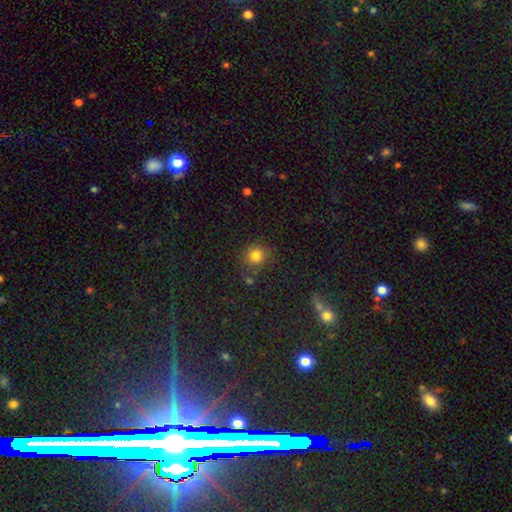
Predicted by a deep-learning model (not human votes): Smooth or featured: smooth — 80% (star or artifact — 13%)
How rounded: round — 88% (in between — 11%)
Merging: none — 75% (minor disturbance — 13%)